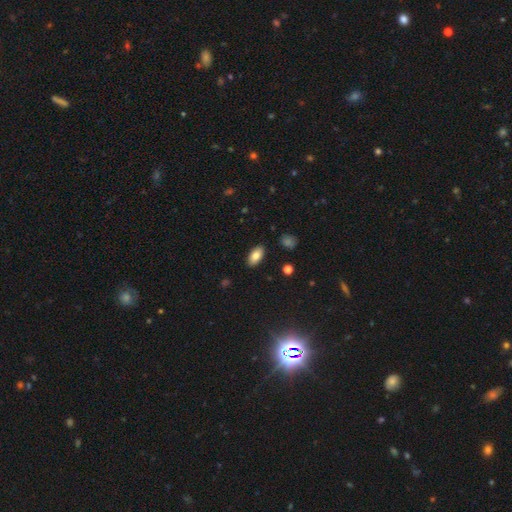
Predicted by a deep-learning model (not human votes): Smooth or featured?
  - smooth: 81% *
  - featured or disk: 11%
  - star or artifact: 8%
How rounded?
  - in between: 92% *
  - cigar-shaped: 5%
  - round: 3%
Merging?
  - none: 88% *
  - minor disturbance: 9%
  - major disturbance: 2%
  - merger: 1%